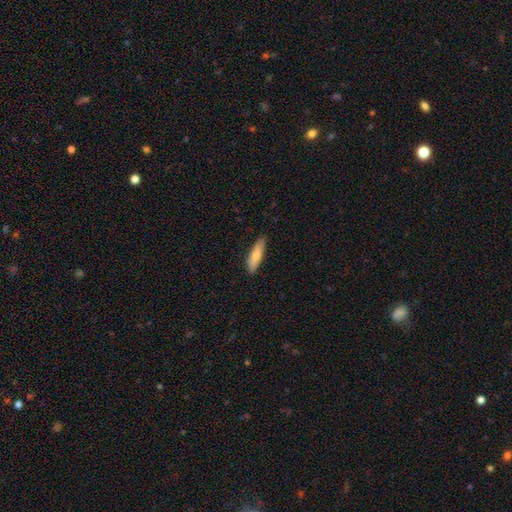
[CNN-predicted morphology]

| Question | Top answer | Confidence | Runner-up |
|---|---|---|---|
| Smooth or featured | smooth | 72% | featured or disk (23%) |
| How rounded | cigar-shaped | 65% | in between (33%) |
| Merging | none | 88% | minor disturbance (10%) |